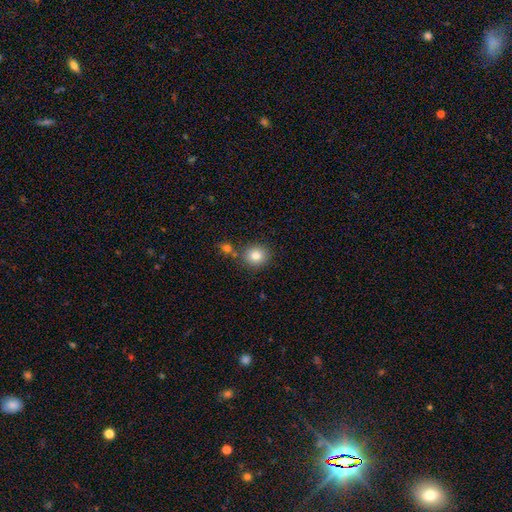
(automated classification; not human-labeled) Morphology: type=smooth (82%); roundness=round (85%); merging=none (78%).